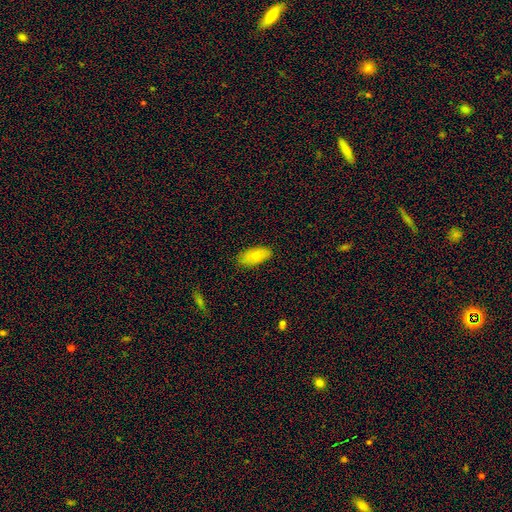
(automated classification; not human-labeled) Smooth or featured?
  - smooth: 75% *
  - featured or disk: 18%
  - star or artifact: 7%
How rounded?
  - in between: 83% *
  - cigar-shaped: 14%
  - round: 3%
Merging?
  - none: 87% *
  - minor disturbance: 10%
  - major disturbance: 2%
  - merger: 1%